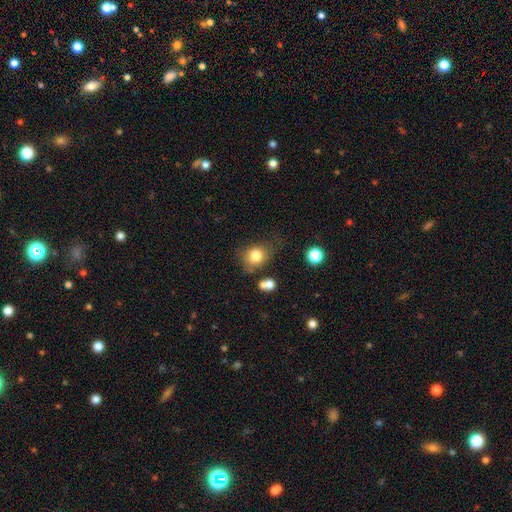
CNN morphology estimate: Smooth or featured? Predicted: smooth (p=0.80). How rounded? Predicted: round (p=0.63). Merging? Predicted: none (p=0.55).